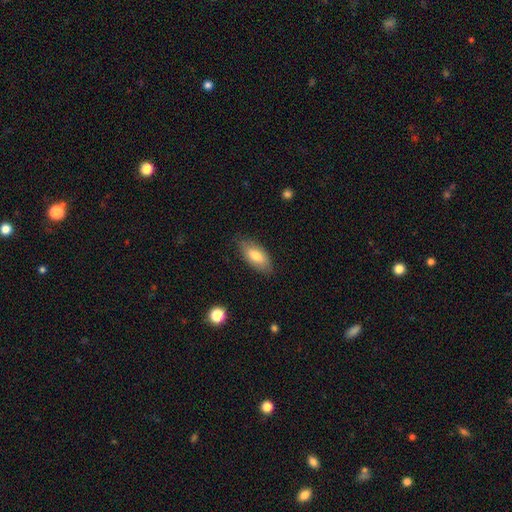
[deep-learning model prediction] The model was most divided on "smooth or featured": smooth: 77%, featured or disk: 17%, star or artifact: 6%. More confident: how rounded — in between (88%); merging — none (80%).